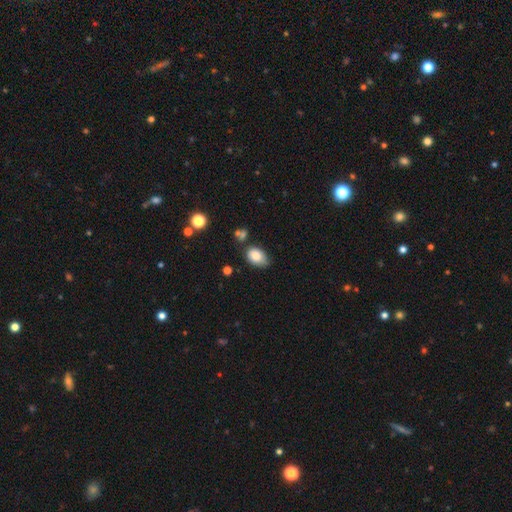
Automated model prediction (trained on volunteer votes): smooth 83%, featured or disk 9%, star or artifact 8%. Down the decision tree: how rounded — in between (83%); merging — none (57%).